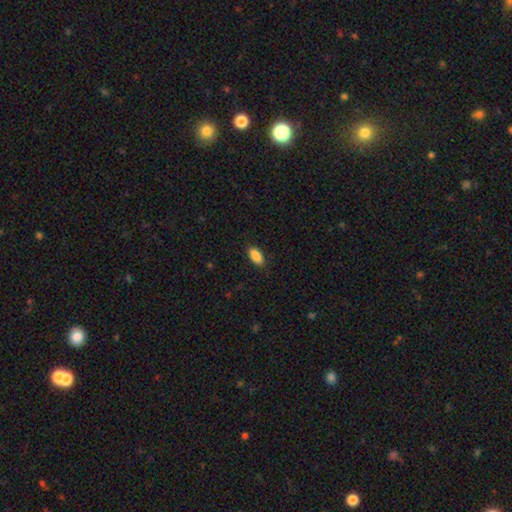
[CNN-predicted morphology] A smooth galaxy with no disk features (88%) that is in between round and cigar-shaped (90%). Merging: none (86%).